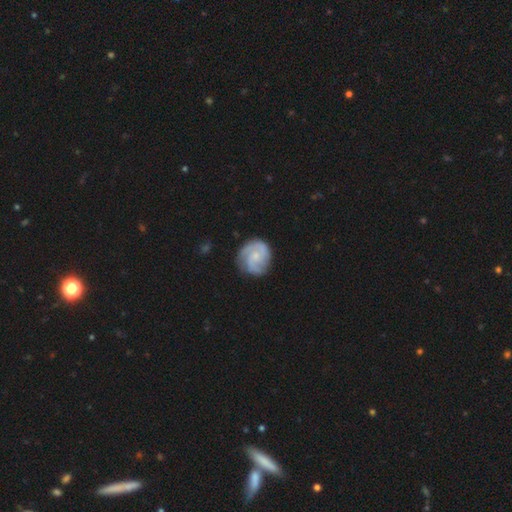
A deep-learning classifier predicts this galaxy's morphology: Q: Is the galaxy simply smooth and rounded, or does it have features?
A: featured or disk — 76%.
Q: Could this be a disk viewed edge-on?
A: no — 98%.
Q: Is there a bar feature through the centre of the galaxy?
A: no — 69%.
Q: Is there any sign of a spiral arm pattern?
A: yes — 95%.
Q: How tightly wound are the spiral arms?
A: tight — 49%.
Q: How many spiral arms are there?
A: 2 — 44%.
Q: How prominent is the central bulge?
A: small — 61%.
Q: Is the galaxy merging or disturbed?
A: none — 75%.